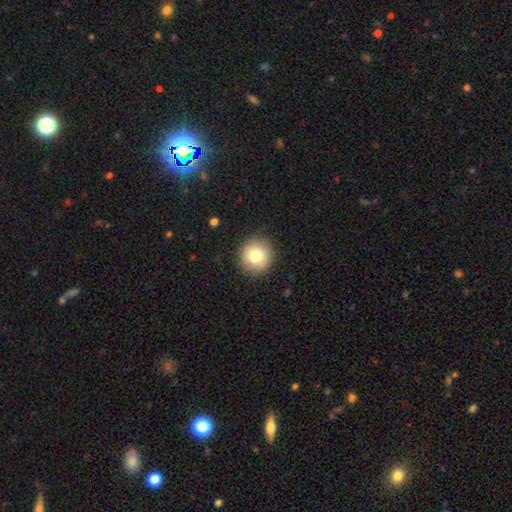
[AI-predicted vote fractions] smooth-or-featured: smooth: 79% | featured or disk: 12% | star or artifact: 10%
  how-rounded: round: 93% | in between: 6% | cigar-shaped: 1%
  merging: none: 90% | minor disturbance: 7% | major disturbance: 2% | merger: 1%